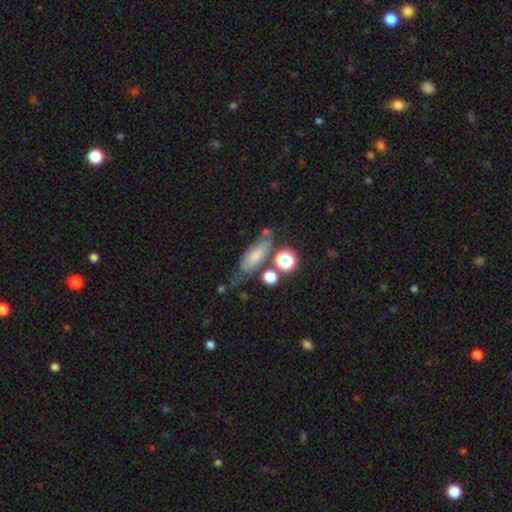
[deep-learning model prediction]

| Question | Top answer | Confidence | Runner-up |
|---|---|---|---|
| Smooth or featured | smooth | 63% | featured or disk (25%) |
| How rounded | in between | 59% | cigar-shaped (33%) |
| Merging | none | 53% | minor disturbance (24%) |